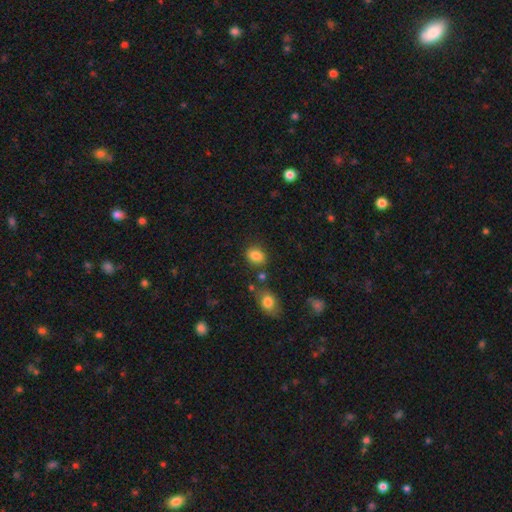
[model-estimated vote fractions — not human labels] Overall: smooth (85%). How rounded: in between (69%; round 30%). Merging: none (77%).